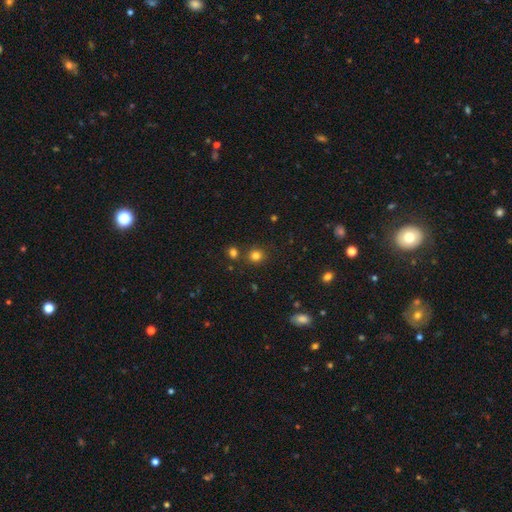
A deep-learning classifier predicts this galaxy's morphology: Smooth or featured? smooth (80%)
How rounded? round (87%)
Merging? none (81%)